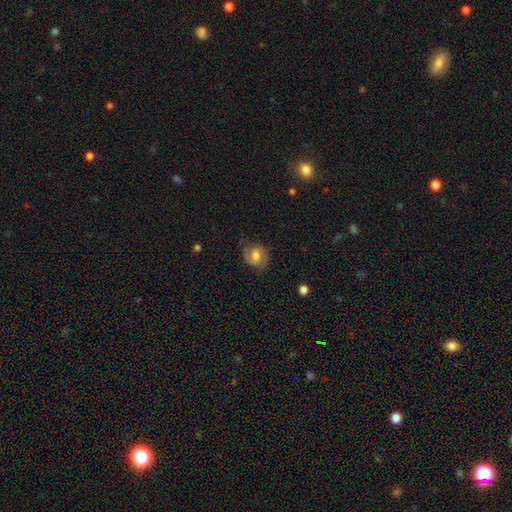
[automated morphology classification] Smooth or featured?
  - featured or disk: 52% *
  - smooth: 40%
  - star or artifact: 8%
Edge-on disk?
  - no: 96% *
  - yes: 4%
Merging?
  - none: 65% *
  - minor disturbance: 22%
  - major disturbance: 11%
  - merger: 1%